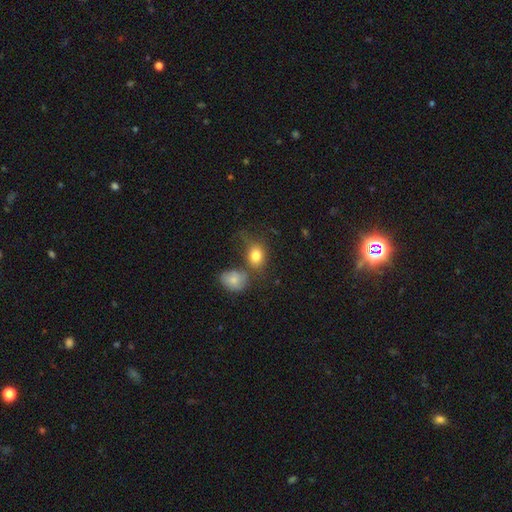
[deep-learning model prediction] Smooth or featured: smooth — 81% (featured or disk — 10%)
How rounded: in between — 61% (round — 37%)
Merging: none — 50% (merger — 23%)